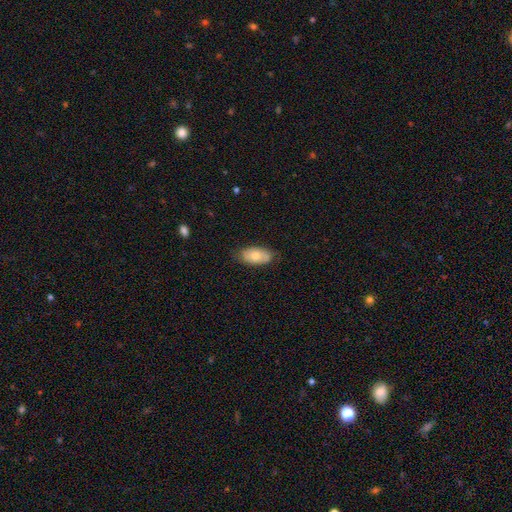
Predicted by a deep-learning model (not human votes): This is likely a smooth galaxy (68%). How rounded: clearly in between (94%). Merging: likely none (80%).